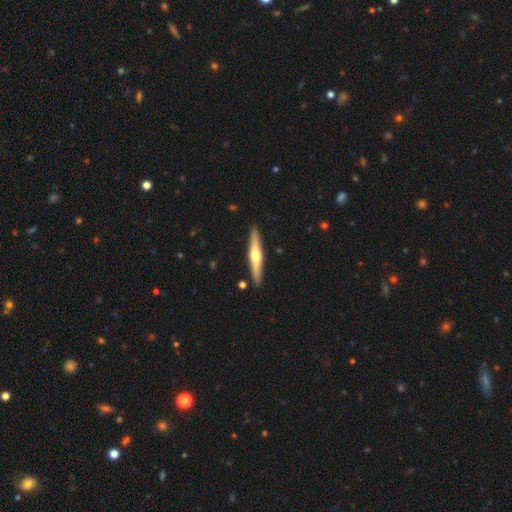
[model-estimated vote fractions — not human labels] This is likely a featured or disk galaxy (62%). It is clearly viewed edge-on (97%). Edge-on bulge: clearly rounded (90%). Merging: clearly none (91%).